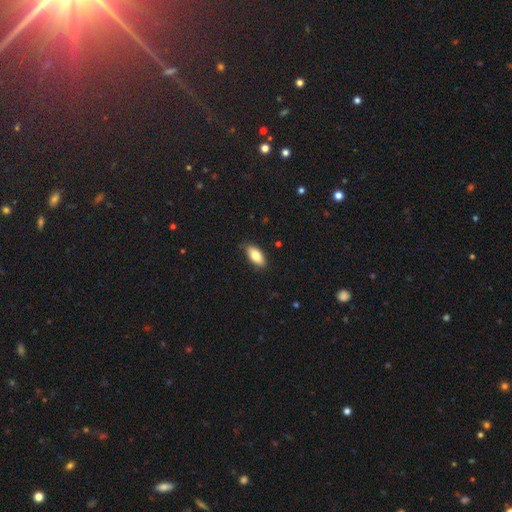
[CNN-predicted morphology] The model was most divided on "smooth or featured": smooth: 79%, featured or disk: 15%, star or artifact: 7%. More confident: how rounded — in between (86%); merging — none (84%).